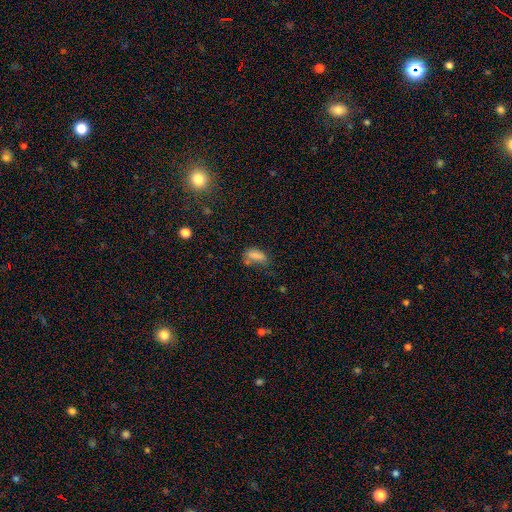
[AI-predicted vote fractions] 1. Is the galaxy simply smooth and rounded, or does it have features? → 77% smooth, 13% star or artifact, 10% featured or disk.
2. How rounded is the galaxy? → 82% in between, 13% cigar-shaped, 5% round.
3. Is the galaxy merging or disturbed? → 41% none, 28% minor disturbance, 20% major disturbance, 11% merger.